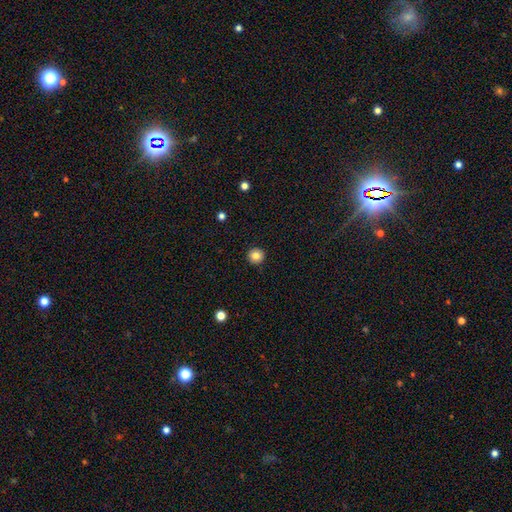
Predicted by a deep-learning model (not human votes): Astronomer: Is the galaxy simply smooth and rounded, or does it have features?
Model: smooth — 83%.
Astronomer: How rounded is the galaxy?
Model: round — 95%.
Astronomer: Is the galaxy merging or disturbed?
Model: none — 93%.